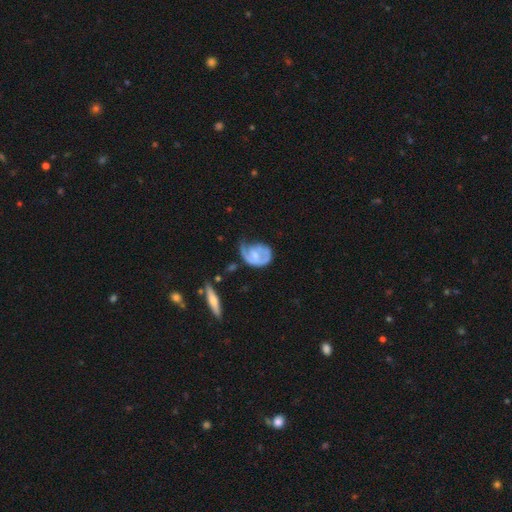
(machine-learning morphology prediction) Smooth or featured: featured or disk — 63% (smooth — 32%)
Edge-on disk: no — 97% (yes — 3%)
Bar: no — 60% (weak — 33%)
Spiral arms: yes — 72% (no — 28%)
Bulge size: small — 46% (moderate — 34%)
Merging: major disturbance — 37% (minor disturbance — 31%)